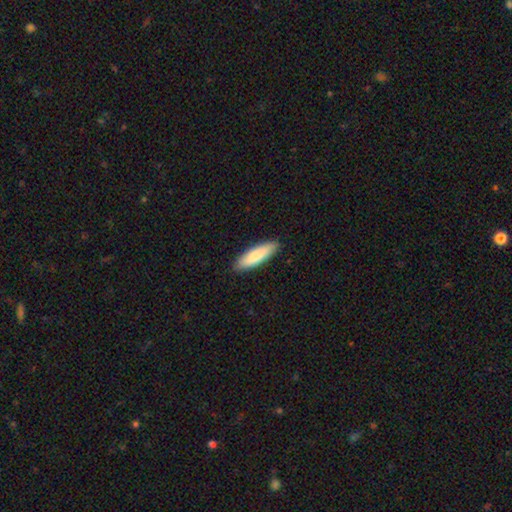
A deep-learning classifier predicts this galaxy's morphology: Smooth or featured? smooth (83%)
How rounded? cigar-shaped (55%)
Merging? none (89%)